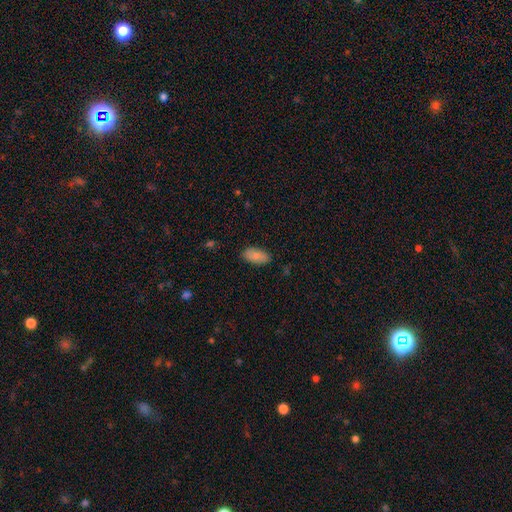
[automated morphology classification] This is clearly a smooth galaxy (86%). How rounded: clearly in between (92%). Merging: clearly none (85%).